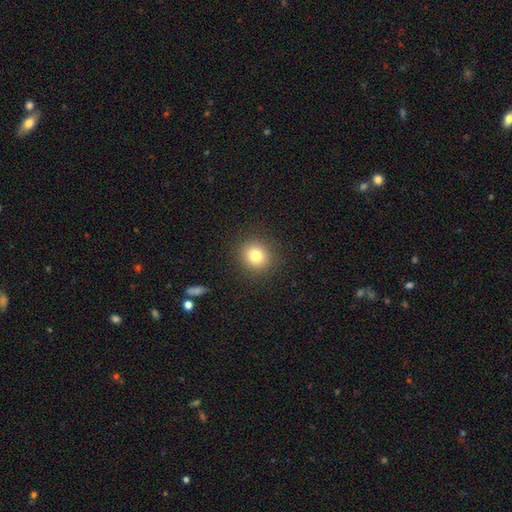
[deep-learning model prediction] A smooth galaxy with no disk features (79%) that is round (87%). Merging: none (89%).